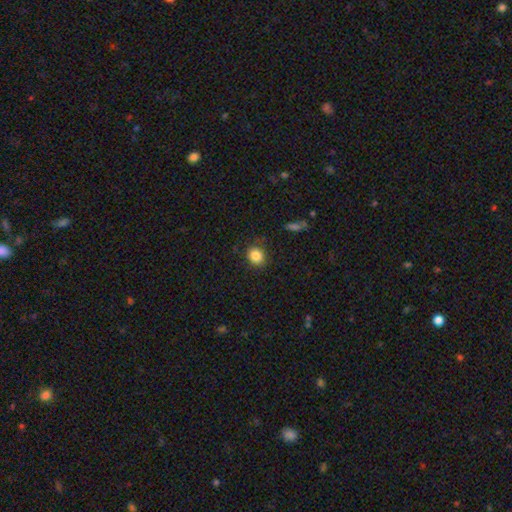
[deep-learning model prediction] Overall: smooth (85%). How rounded: round (74%). Merging: none (82%).